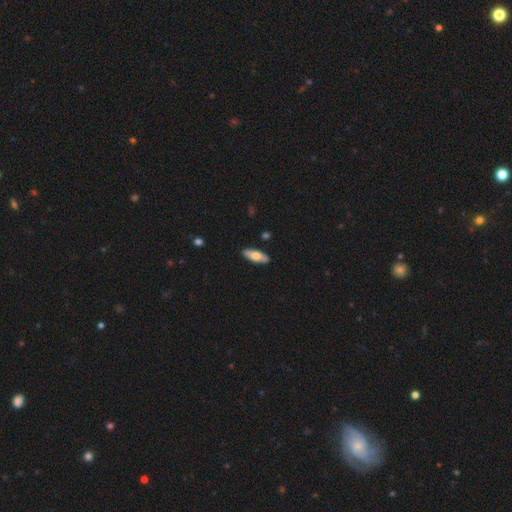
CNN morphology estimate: Smooth or featured?
  - smooth: 64% *
  - featured or disk: 30%
  - star or artifact: 5%
How rounded?
  - in between: 66% *
  - cigar-shaped: 31%
  - round: 2%
Merging?
  - none: 89% *
  - minor disturbance: 8%
  - major disturbance: 2%
  - merger: 1%